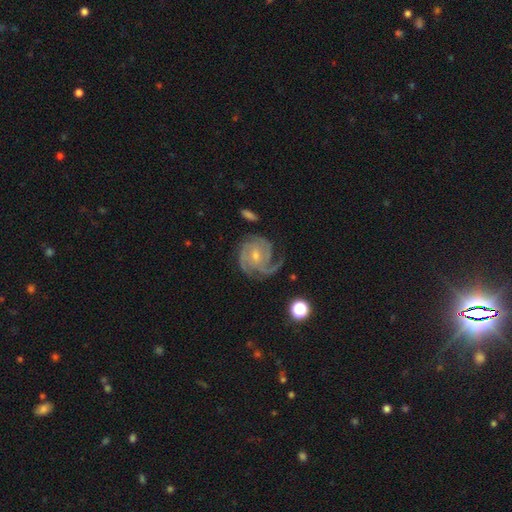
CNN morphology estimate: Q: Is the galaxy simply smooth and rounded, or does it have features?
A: featured or disk — 88%.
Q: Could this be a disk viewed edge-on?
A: no — 98%.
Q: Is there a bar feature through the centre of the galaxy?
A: no — 47%.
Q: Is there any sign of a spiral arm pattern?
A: yes — 97%.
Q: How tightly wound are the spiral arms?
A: tight — 55%.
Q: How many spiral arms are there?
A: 3 — 41%.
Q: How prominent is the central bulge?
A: small — 59%.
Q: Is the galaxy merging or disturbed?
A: none — 61%.